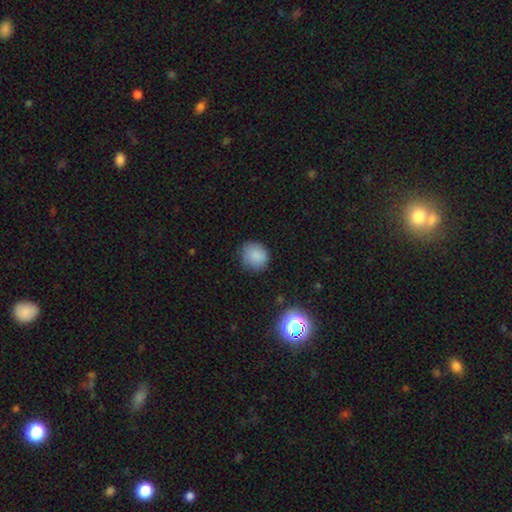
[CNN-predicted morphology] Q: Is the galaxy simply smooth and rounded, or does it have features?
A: smooth — 85%.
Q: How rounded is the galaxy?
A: round — 84%.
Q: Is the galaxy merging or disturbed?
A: none — 80%.